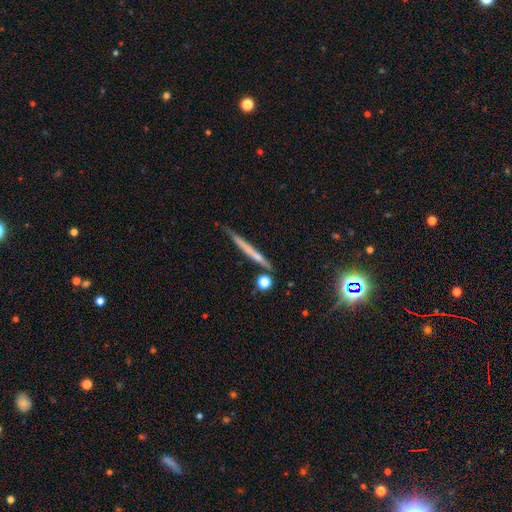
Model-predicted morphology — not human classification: This is possibly a featured or disk galaxy (48%). Merging: likely none (80%).